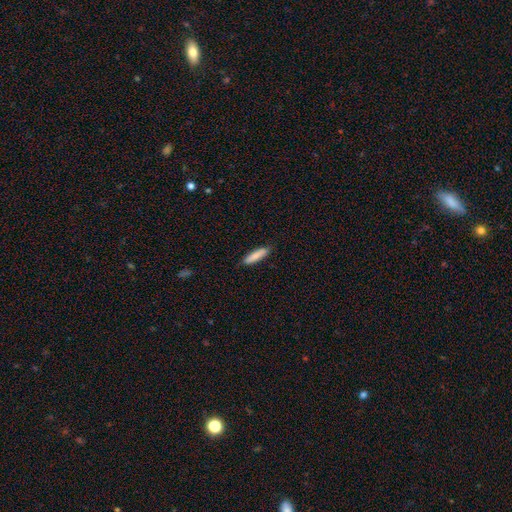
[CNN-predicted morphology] smooth 86%, featured or disk 8%, star or artifact 6%. Down the decision tree: how rounded — cigar-shaped (78%); merging — none (87%).